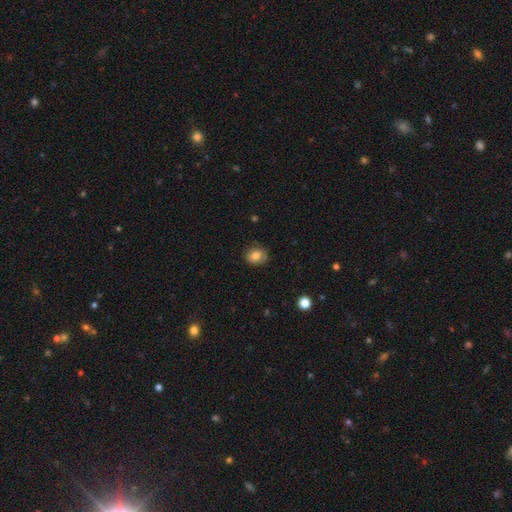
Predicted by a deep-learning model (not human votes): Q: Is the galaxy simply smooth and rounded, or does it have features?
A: smooth — 81%.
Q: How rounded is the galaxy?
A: round — 65%.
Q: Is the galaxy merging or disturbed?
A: none — 83%.